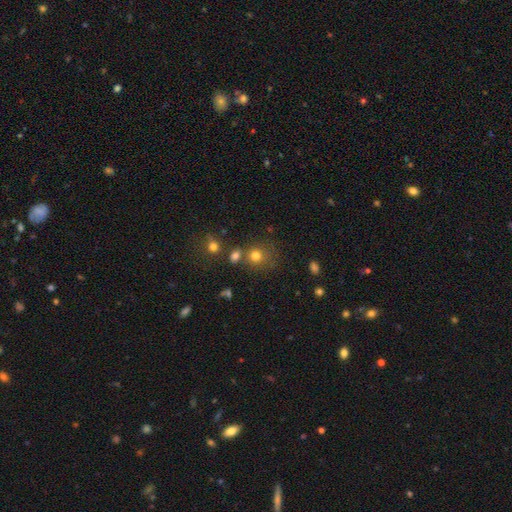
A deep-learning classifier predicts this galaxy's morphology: Smooth or featured? Predicted: smooth (p=0.75). How rounded? Predicted: round (p=0.82). Merging? Predicted: none (p=0.63).